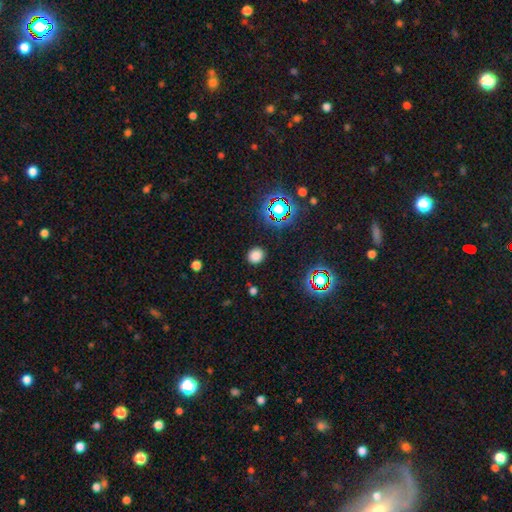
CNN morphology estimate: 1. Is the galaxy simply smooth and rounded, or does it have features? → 77% smooth, 18% star or artifact, 5% featured or disk.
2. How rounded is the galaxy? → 76% round, 23% in between, 1% cigar-shaped.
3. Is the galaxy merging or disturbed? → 89% none, 7% minor disturbance, 3% major disturbance, 1% merger.